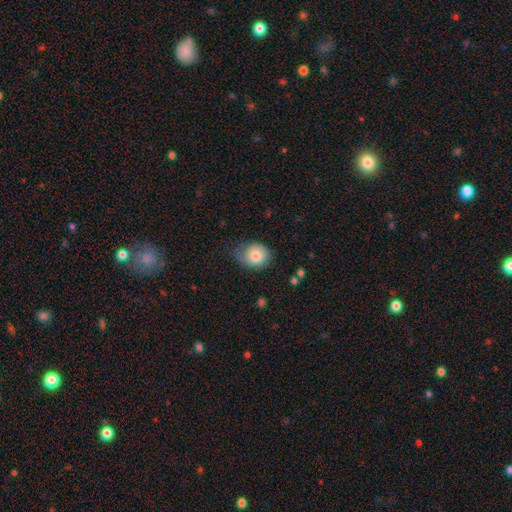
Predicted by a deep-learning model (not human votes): smooth 80%, featured or disk 12%, star or artifact 8%. Down the decision tree: how rounded — round (66%); merging — none (52%).